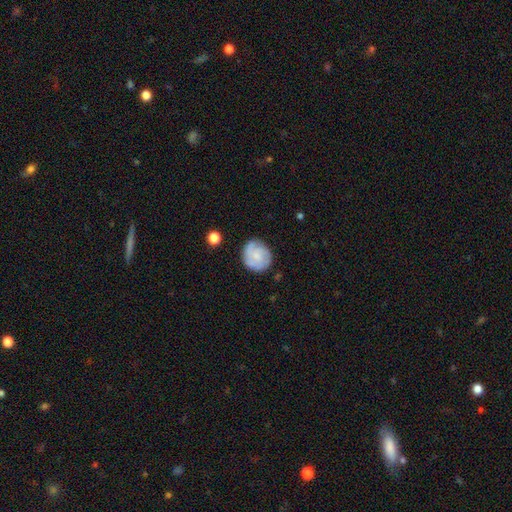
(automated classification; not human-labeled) Q: Smooth or featured?
A: featured or disk (52%); runner-up: smooth (41%)
Q: Edge-on disk?
A: no (98%); runner-up: yes (2%)
Q: Bar?
A: no (72%); runner-up: weak (24%)
Q: Spiral arms?
A: yes (83%); runner-up: no (17%)
Q: Bulge size?
A: small (54%); runner-up: moderate (26%)
Q: Merging?
A: none (75%); runner-up: minor disturbance (18%)